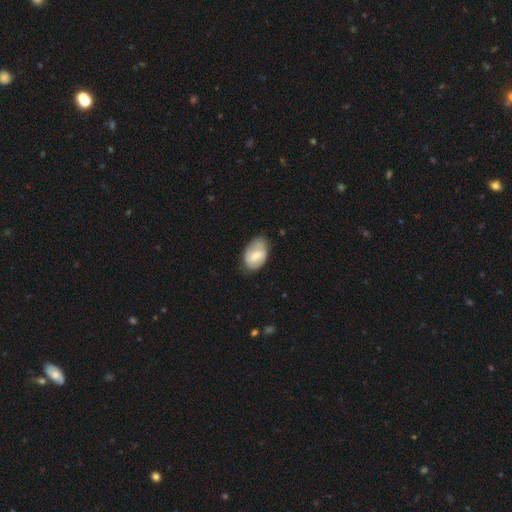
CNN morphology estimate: Smooth or featured? smooth (60%)
How rounded? in between (88%)
Merging? none (69%)